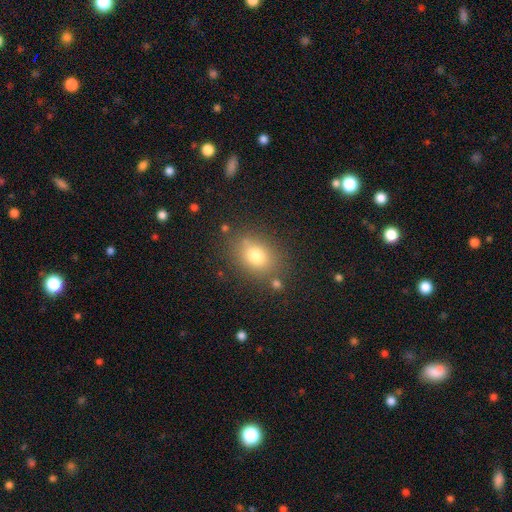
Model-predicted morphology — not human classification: Smooth or featured? Predicted: smooth (p=0.76). How rounded? Predicted: in between (p=0.61). Merging? Predicted: none (p=0.77).